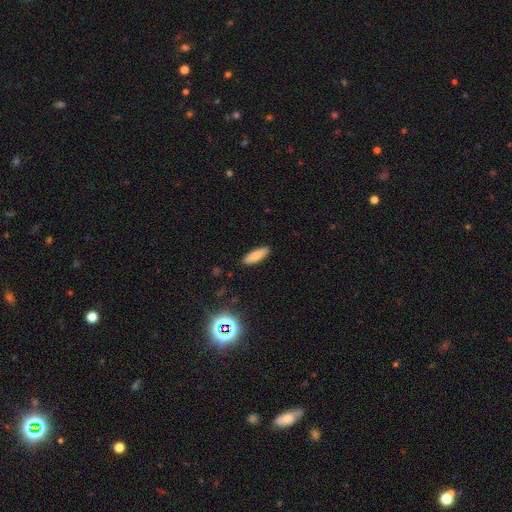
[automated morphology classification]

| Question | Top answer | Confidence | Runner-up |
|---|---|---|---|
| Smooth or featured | smooth | 81% | featured or disk (11%) |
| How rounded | in between | 58% | cigar-shaped (40%) |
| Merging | none | 89% | minor disturbance (8%) |